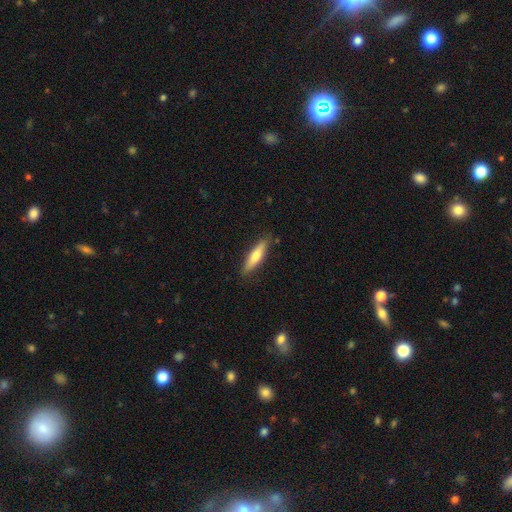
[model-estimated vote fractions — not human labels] Q: Smooth or featured?
A: smooth (65%); runner-up: featured or disk (29%)
Q: How rounded?
A: cigar-shaped (74%); runner-up: in between (24%)
Q: Merging?
A: none (86%); runner-up: minor disturbance (10%)